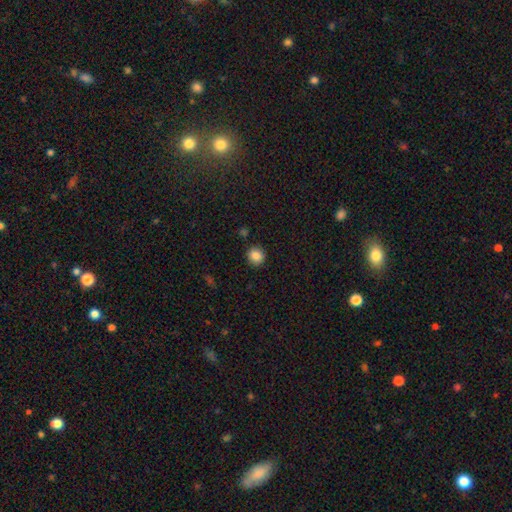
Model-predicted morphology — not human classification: type=smooth (86%); roundness=round (87%); merging=none (88%).